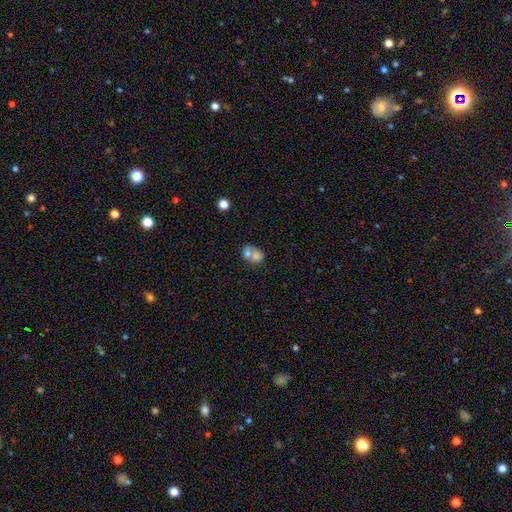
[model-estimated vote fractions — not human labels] smooth-or-featured: smooth: 66% | featured or disk: 24% | star or artifact: 10%
  how-rounded: in between: 50% | round: 49% | cigar-shaped: 1%
  merging: merger: 66% | none: 22% | minor disturbance: 8% | major disturbance: 5%